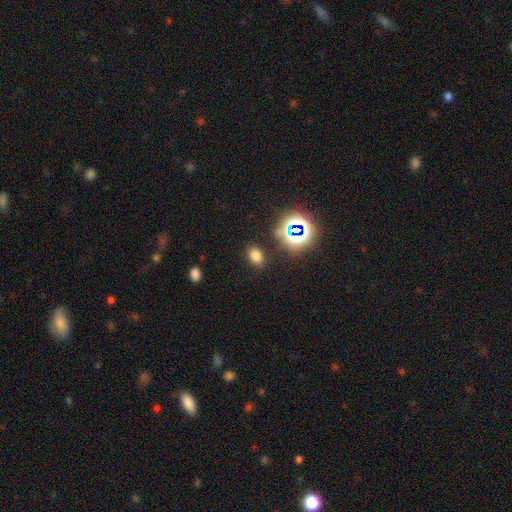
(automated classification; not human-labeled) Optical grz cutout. It shows a smooth galaxy with no disk features (70%) that is in between round and cigar-shaped (72%). Merging: none (84%).